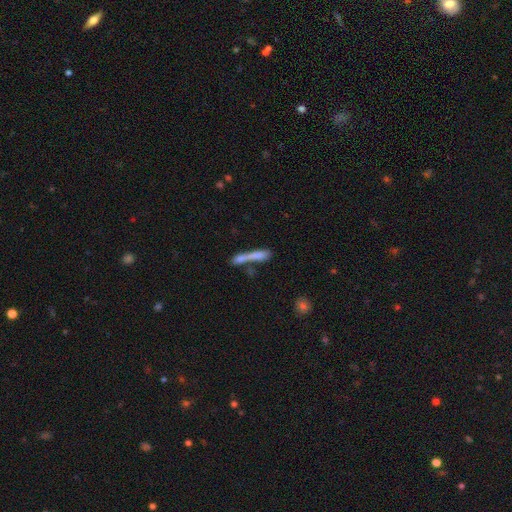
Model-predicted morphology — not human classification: Smooth or featured: smooth — 68% (featured or disk — 22%)
How rounded: cigar-shaped — 83% (in between — 14%)
Merging: merger — 51% (none — 31%)